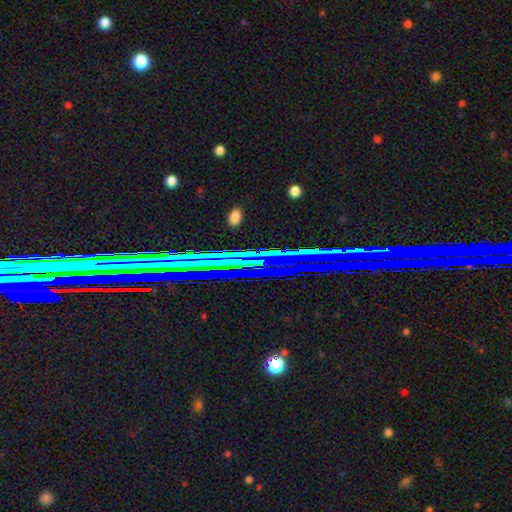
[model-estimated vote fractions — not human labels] This is likely a star or artifact rather than a galaxy (80%).